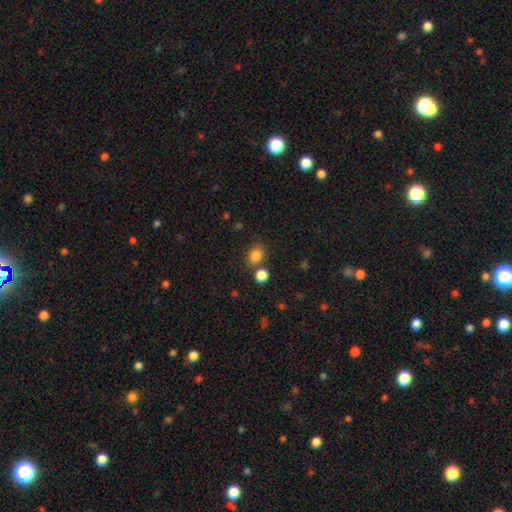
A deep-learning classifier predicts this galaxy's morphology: Q: Smooth or featured?
A: smooth (83%); runner-up: star or artifact (12%)
Q: How rounded?
A: in between (57%); runner-up: round (42%)
Q: Merging?
A: none (67%); runner-up: merger (17%)